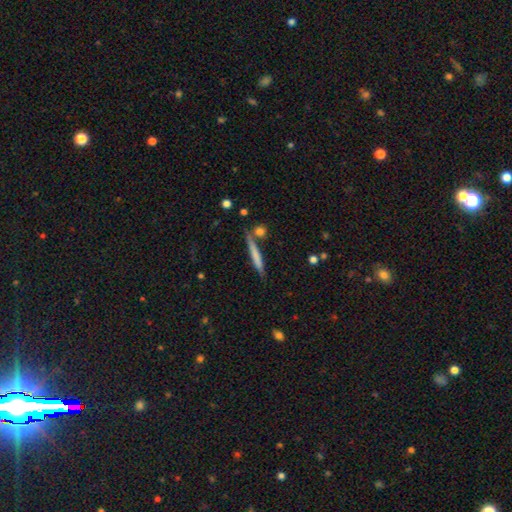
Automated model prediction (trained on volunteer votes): The model was most divided on "smooth or featured": smooth: 61%, featured or disk: 33%, star or artifact: 6%. More confident: how rounded — cigar-shaped (94%); merging — none (75%).